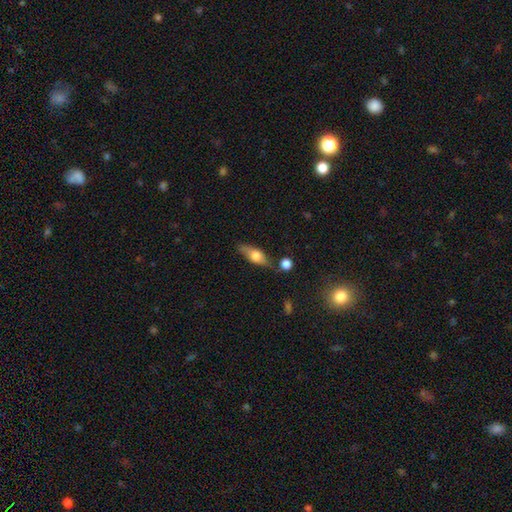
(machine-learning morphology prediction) Overall: smooth (56%; featured or disk 36%). How rounded: in between (62%; cigar-shaped 33%). Merging: none (67%).